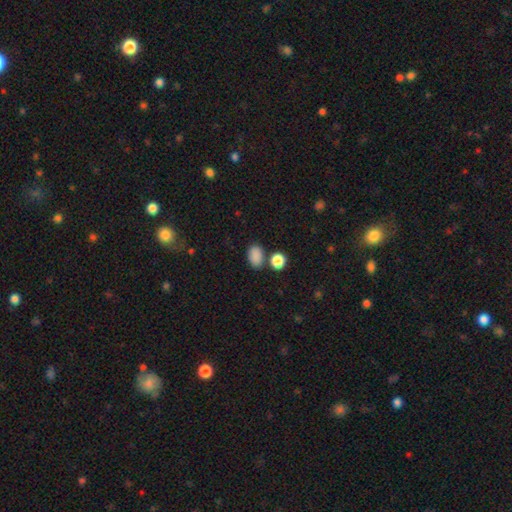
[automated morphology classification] Q: Smooth or featured?
A: smooth (86%); runner-up: star or artifact (10%)
Q: How rounded?
A: in between (82%); runner-up: round (16%)
Q: Merging?
A: none (73%); runner-up: minor disturbance (12%)